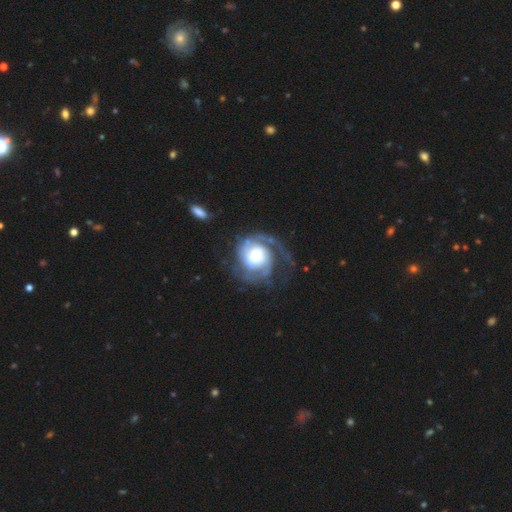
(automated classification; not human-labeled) Morphology: type=featured or disk (85%); edge-on=no (98%); bar=no (64%); spiral arms=yes (96%); winding=tight (48%); arm count=2 (55%); bulge=large (42%); merging=none (55%).